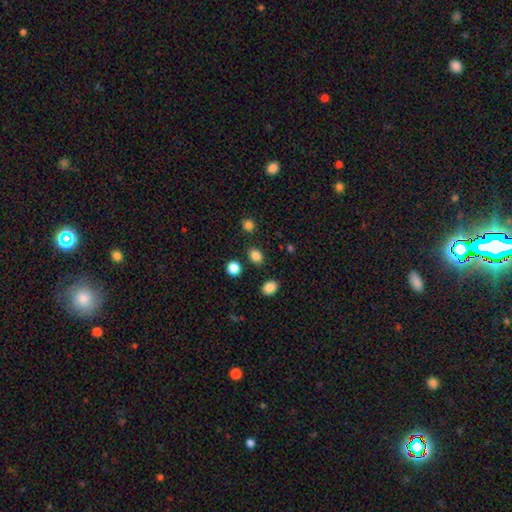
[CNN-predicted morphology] smooth 84%, star or artifact 12%, featured or disk 4%. Down the decision tree: how rounded — round (52%); merging — none (85%).